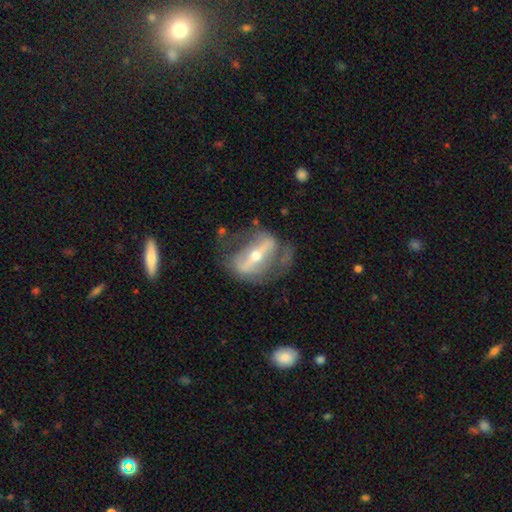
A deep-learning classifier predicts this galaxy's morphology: This is likely a featured or disk galaxy (80%). It is likely not viewed edge-on (80%). Bar: likely strong (76%). Spiral arm pattern: possibly yes (54%). Central bulge: possibly moderate (51%). Merging: possibly none (52%).